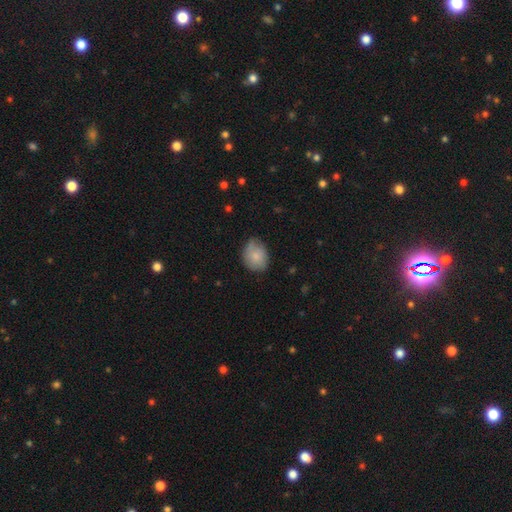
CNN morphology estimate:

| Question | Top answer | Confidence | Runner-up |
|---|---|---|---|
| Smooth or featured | smooth | 79% | featured or disk (14%) |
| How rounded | round | 50% | in between (49%) |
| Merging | none | 61% | minor disturbance (31%) |